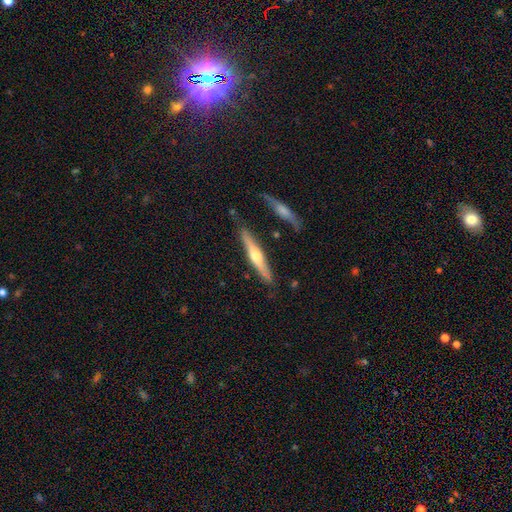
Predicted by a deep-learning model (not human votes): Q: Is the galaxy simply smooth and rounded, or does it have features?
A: featured or disk — 59%.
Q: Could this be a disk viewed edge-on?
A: yes — 95%.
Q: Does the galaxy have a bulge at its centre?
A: rounded — 89%.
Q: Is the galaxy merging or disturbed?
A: none — 84%.